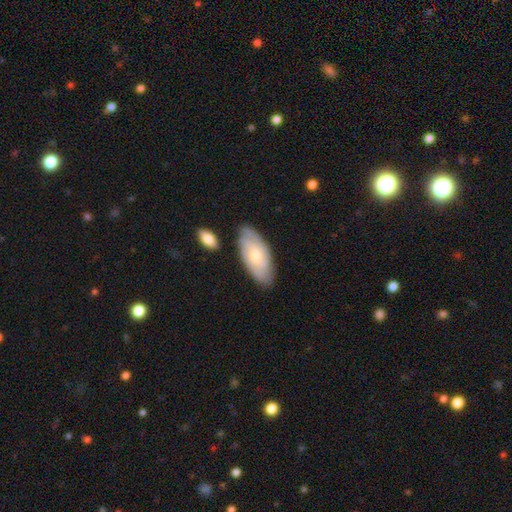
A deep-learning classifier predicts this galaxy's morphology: A smooth galaxy with no disk features (49%). Merging: none (75%).